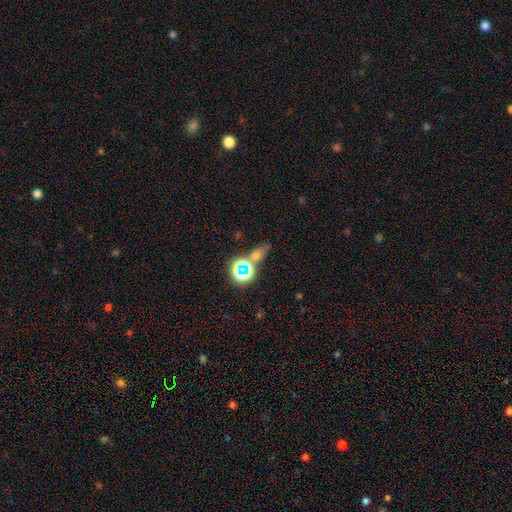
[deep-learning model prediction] Smooth or featured?
  - star or artifact: 48% *
  - smooth: 38%
  - featured or disk: 14%